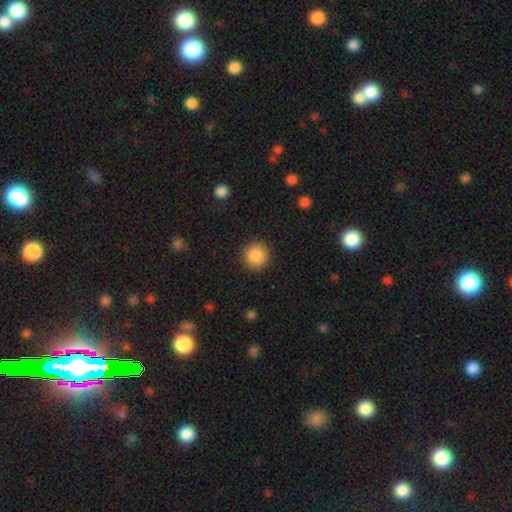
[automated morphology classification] Overall: smooth (87%). How rounded: round (93%). Merging: none (90%).